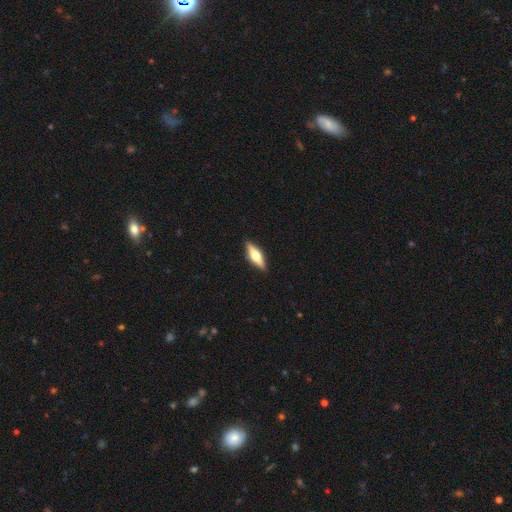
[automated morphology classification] Overall: featured or disk (54%; smooth 39%). Edge-on disk: yes (95%). Edge-on bulge: rounded (91%). Merging: none (89%).